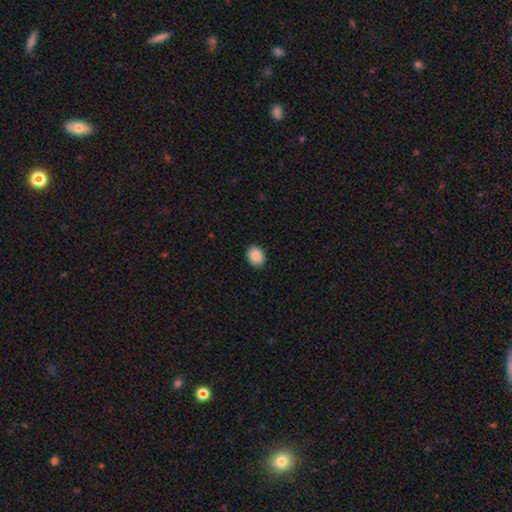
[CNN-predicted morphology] A smooth galaxy with no disk features (89%) that is round (57%).

Vote fractions:
- Smooth or featured? smooth: 89% / star or artifact: 8% / featured or disk: 4%
- How rounded? round: 57% / in between: 43% / cigar-shaped: 1%
- Merging? none: 90% / minor disturbance: 7% / major disturbance: 2% / merger: 1%